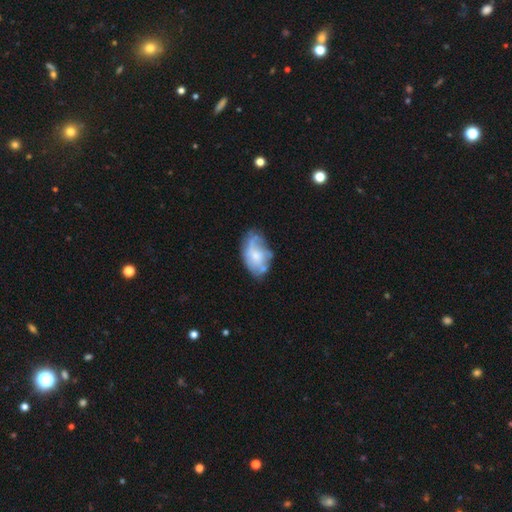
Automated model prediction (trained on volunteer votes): smooth_or_featured: featured or disk (p=0.54) [alt: smooth p=0.39]
disk_edge_on: no (p=0.96) [alt: yes p=0.04]
bar: no (p=0.80) [alt: weak p=0.18]
has_spiral_arms: no (p=0.53) [alt: yes p=0.47]
bulge_size: small (p=0.45) [alt: moderate p=0.41]
merging: none (p=0.44) [alt: minor disturbance p=0.30]